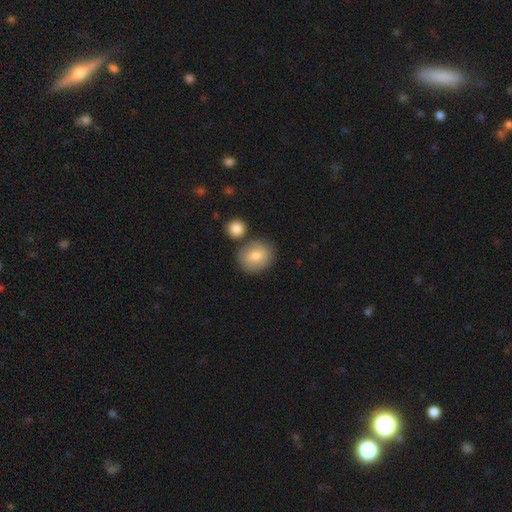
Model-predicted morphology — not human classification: smooth_or_featured: smooth (p=0.76) [alt: featured or disk p=0.17]
how_rounded: round (p=0.72) [alt: in between p=0.27]
merging: none (p=0.72) [alt: merger p=0.12]